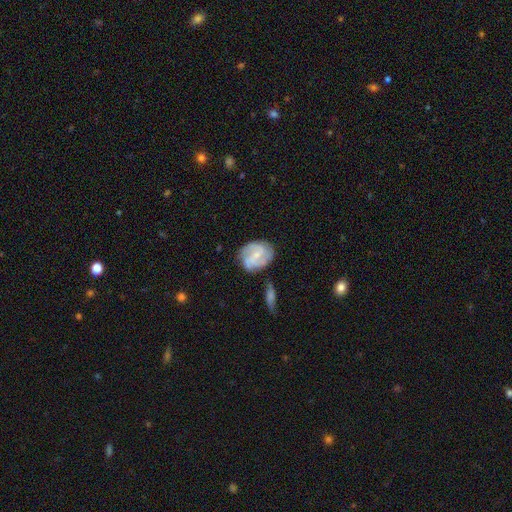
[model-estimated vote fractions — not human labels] Smooth or featured? Predicted: featured or disk (p=0.65). Edge-on disk? Predicted: no (p=0.97). Bar? Predicted: weak (p=0.47). Spiral arms? Predicted: yes (p=0.89). Spiral winding? Predicted: medium (p=0.45). Spiral arm count? Predicted: 2 (p=0.46). Bulge size? Predicted: small (p=0.60). Merging? Predicted: none (p=0.68).